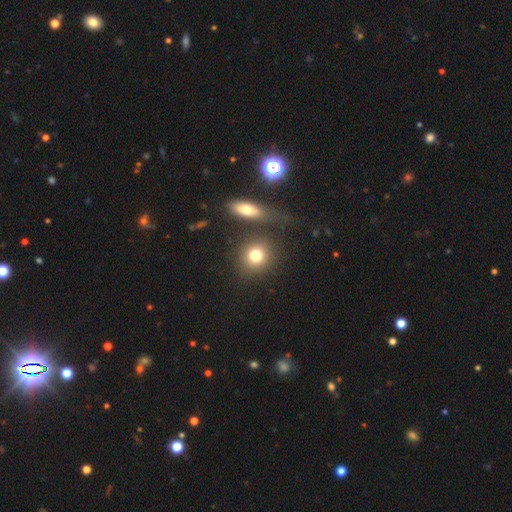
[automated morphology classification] smooth_or_featured: smooth (p=0.77) [alt: star or artifact p=0.12]
how_rounded: round (p=0.82) [alt: in between p=0.17]
merging: none (p=0.73) [alt: merger p=0.13]